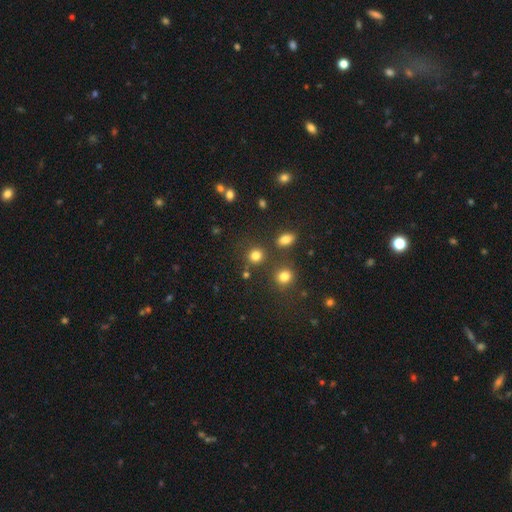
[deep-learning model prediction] smooth 80%, star or artifact 15%, featured or disk 5%. Down the decision tree: how rounded — round (84%); merging — none (77%).